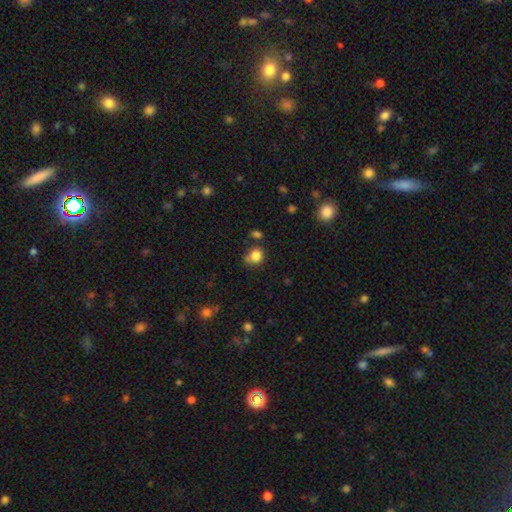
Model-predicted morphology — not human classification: smooth 83%, star or artifact 11%, featured or disk 6%. Down the decision tree: how rounded — round (78%); merging — none (62%).